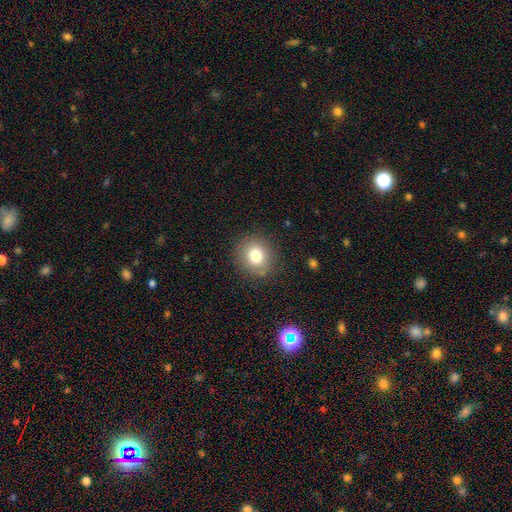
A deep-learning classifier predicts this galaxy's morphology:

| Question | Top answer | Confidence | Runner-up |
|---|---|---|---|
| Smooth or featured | smooth | 78% | star or artifact (12%) |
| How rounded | round | 83% | in between (16%) |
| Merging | none | 86% | minor disturbance (9%) |